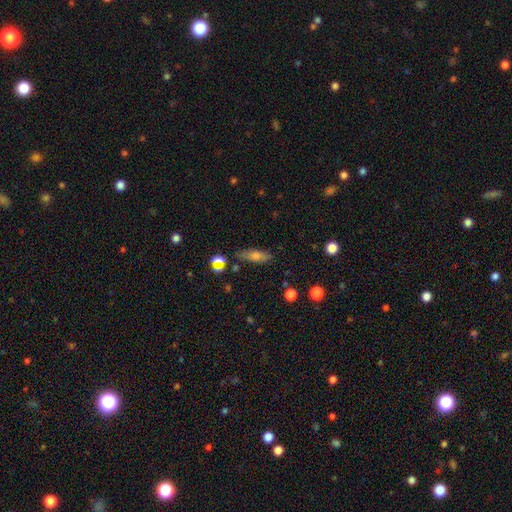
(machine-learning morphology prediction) Smooth or featured: smooth — 63% (featured or disk — 26%)
How rounded: in between — 53% (cigar-shaped — 43%)
Merging: none — 78% (minor disturbance — 13%)